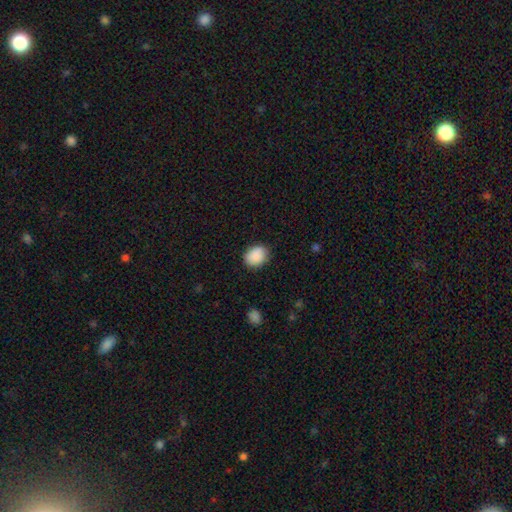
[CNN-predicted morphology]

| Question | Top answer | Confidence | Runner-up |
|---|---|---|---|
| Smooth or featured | smooth | 90% | star or artifact (8%) |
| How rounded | in between | 54% | round (45%) |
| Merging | none | 85% | minor disturbance (11%) |